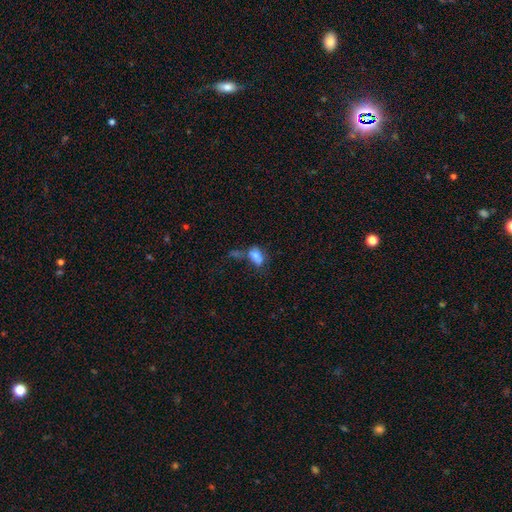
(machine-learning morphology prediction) This is likely a smooth galaxy (70%). How rounded: likely in between (78%). Merging: marginally merger (31%).